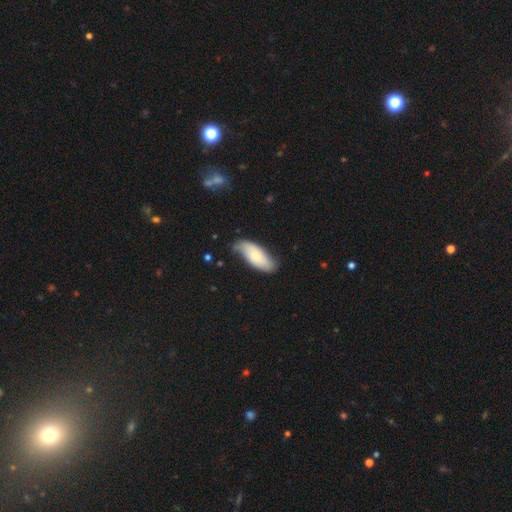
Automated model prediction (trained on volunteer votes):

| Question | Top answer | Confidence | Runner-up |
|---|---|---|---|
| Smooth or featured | smooth | 69% | featured or disk (25%) |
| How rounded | in between | 83% | cigar-shaped (15%) |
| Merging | none | 61% | minor disturbance (30%) |